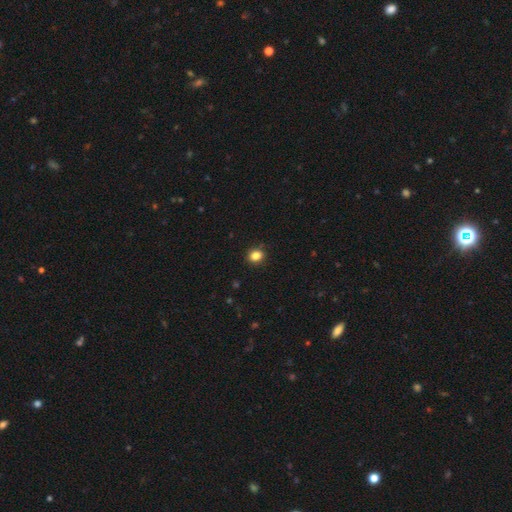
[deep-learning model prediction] smooth_or_featured: smooth (p=0.85) [alt: star or artifact p=0.11]
how_rounded: round (p=0.65) [alt: in between p=0.34]
merging: none (p=0.89) [alt: minor disturbance p=0.08]